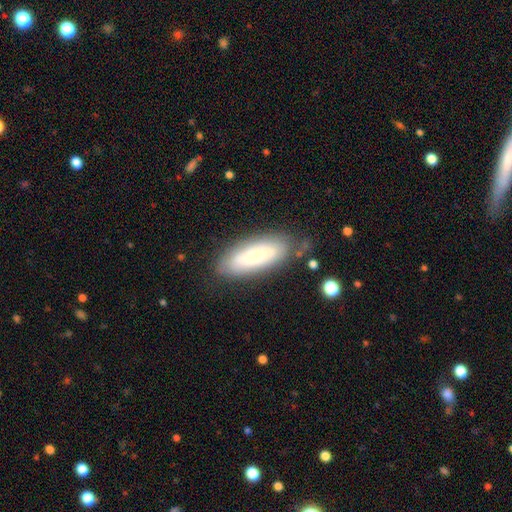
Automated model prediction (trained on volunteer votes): Smooth or featured? smooth (59%)
How rounded? in between (72%)
Merging? none (75%)